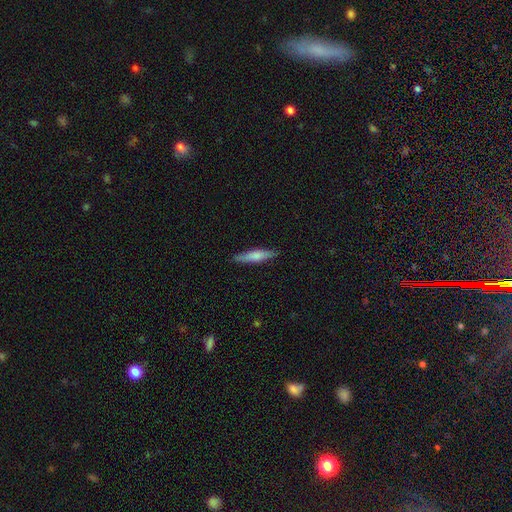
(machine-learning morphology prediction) Smooth or featured? smooth (62%)
How rounded? cigar-shaped (84%)
Merging? none (88%)